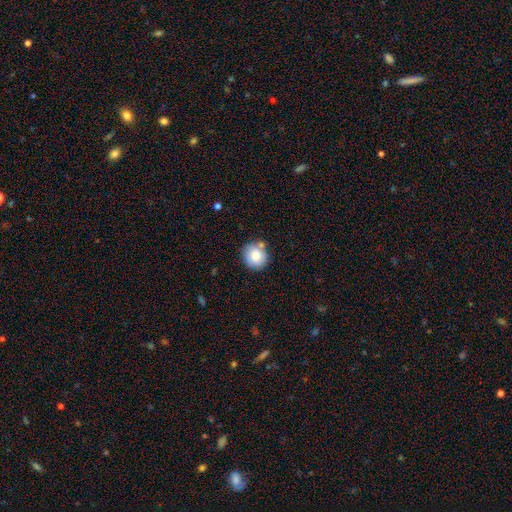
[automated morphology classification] A smooth galaxy with no disk features (80%) that is round (92%). Merging: none (77%).